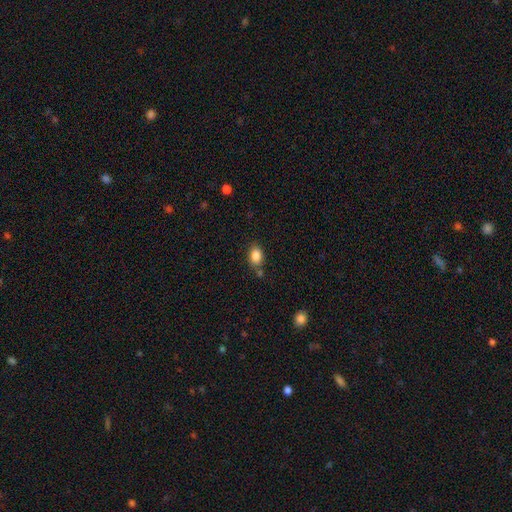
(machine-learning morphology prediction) Smooth or featured: smooth — 85% (star or artifact — 9%)
How rounded: in between — 81% (round — 17%)
Merging: none — 73% (minor disturbance — 15%)